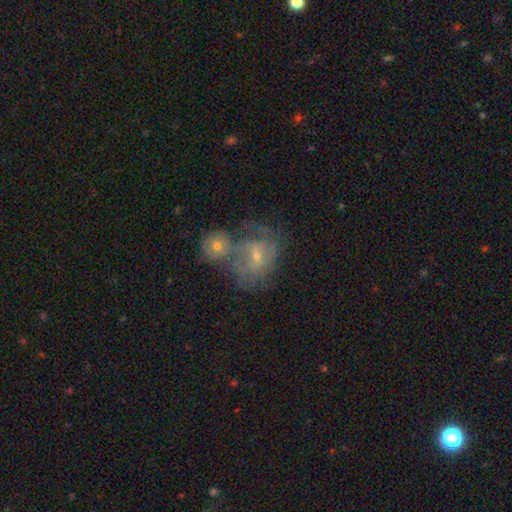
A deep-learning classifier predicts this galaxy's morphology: Smooth or featured?
  - featured or disk: 59% *
  - smooth: 30%
  - star or artifact: 11%
Edge-on disk?
  - no: 96% *
  - yes: 4%
Bar?
  - weak: 45% *
  - no: 43%
  - strong: 12%
Spiral arms?
  - yes: 66% *
  - no: 34%
Bulge size?
  - small: 58% *
  - moderate: 36%
  - none: 3%
  - large: 2%
  - dominant: 1%
Merging?
  - merger: 51% *
  - none: 26%
  - minor disturbance: 12%
  - major disturbance: 11%